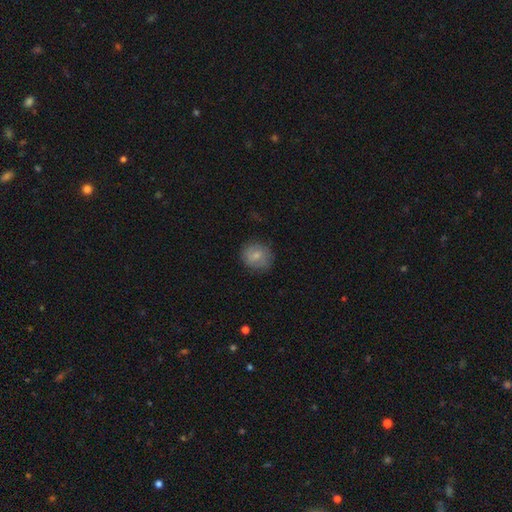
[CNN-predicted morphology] The model was most divided on "smooth or featured": smooth: 73%, featured or disk: 20%, star or artifact: 7%. More confident: how rounded — round (82%); merging — none (80%).